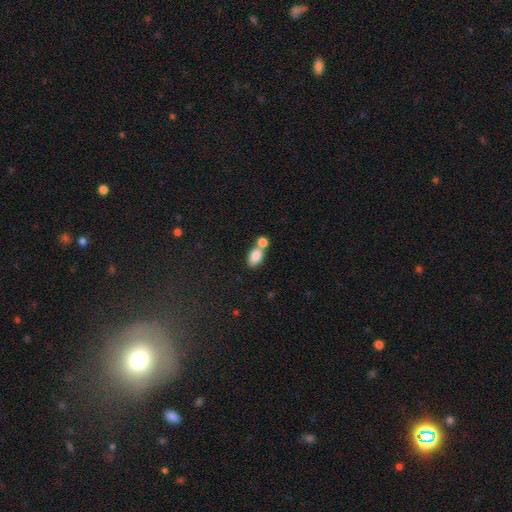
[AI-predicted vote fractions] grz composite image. It shows a smooth galaxy with no disk features (83%) that is in between round and cigar-shaped (88%). Merging: merger (51%).